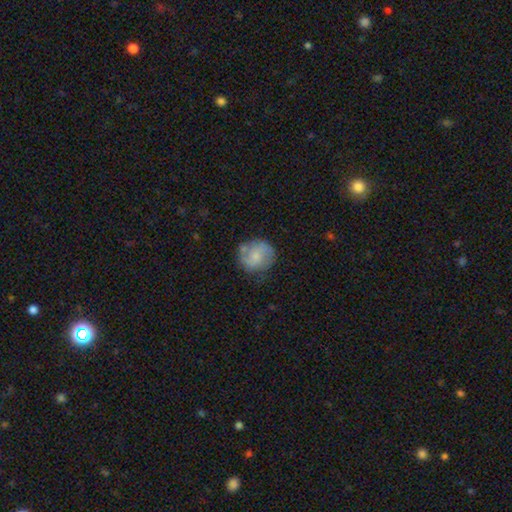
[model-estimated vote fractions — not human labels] Q: Smooth or featured?
A: smooth (53%); runner-up: featured or disk (40%)
Q: How rounded?
A: round (81%); runner-up: in between (18%)
Q: Merging?
A: none (65%); runner-up: minor disturbance (22%)